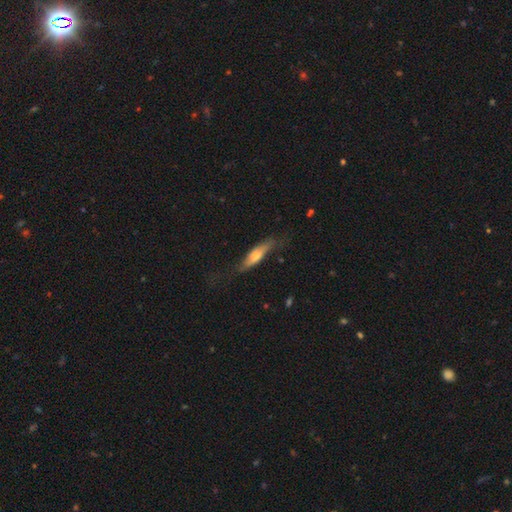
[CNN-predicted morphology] A smooth galaxy with no disk features (49%).

Vote fractions:
- Smooth or featured? smooth: 49% / featured or disk: 44% / star or artifact: 7%
- Merging? none: 63% / minor disturbance: 24% / major disturbance: 11% / merger: 2%